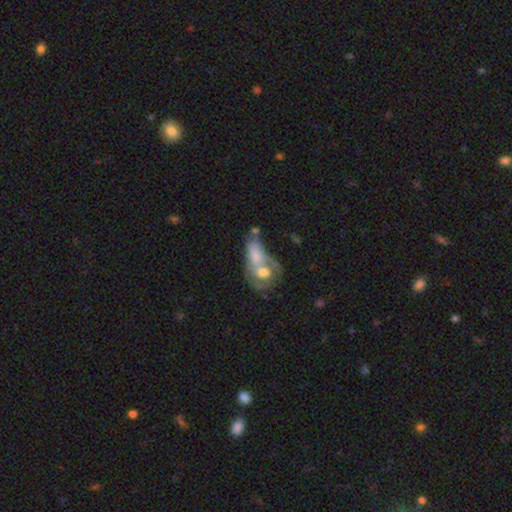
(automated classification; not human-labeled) Q: Smooth or featured?
A: smooth (58%); runner-up: featured or disk (35%)
Q: How rounded?
A: in between (80%); runner-up: round (14%)
Q: Merging?
A: merger (67%); runner-up: none (16%)